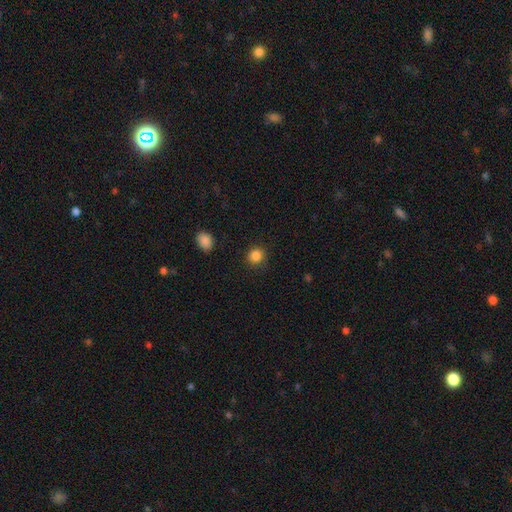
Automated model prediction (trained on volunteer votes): A smooth galaxy with no disk features (86%) that is round (91%).

Vote fractions:
- Smooth or featured? smooth: 86% / star or artifact: 11% / featured or disk: 3%
- How rounded? round: 91% / in between: 8% / cigar-shaped: 1%
- Merging? none: 89% / minor disturbance: 7% / major disturbance: 2% / merger: 1%